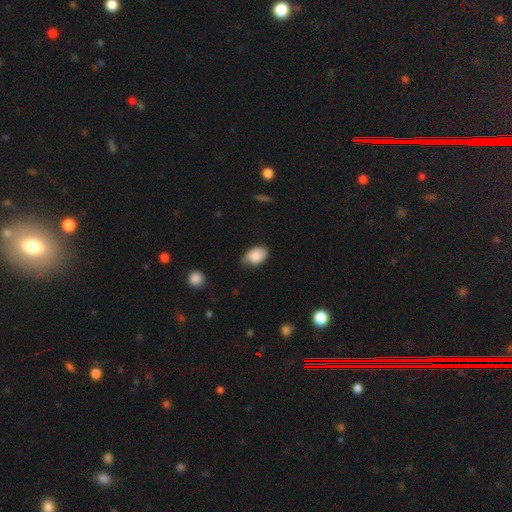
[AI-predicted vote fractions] Morphology: type=smooth (81%); roundness=in between (84%); merging=none (52%).